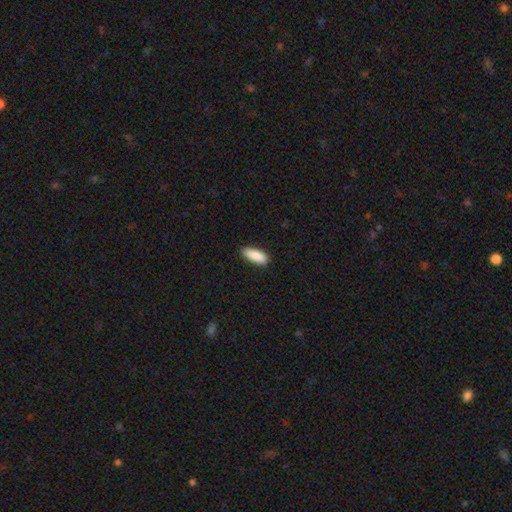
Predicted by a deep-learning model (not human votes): This appears to be a smooth galaxy with no disk features (90%) that is in between round and cigar-shaped (71%). Merging: none (85%).